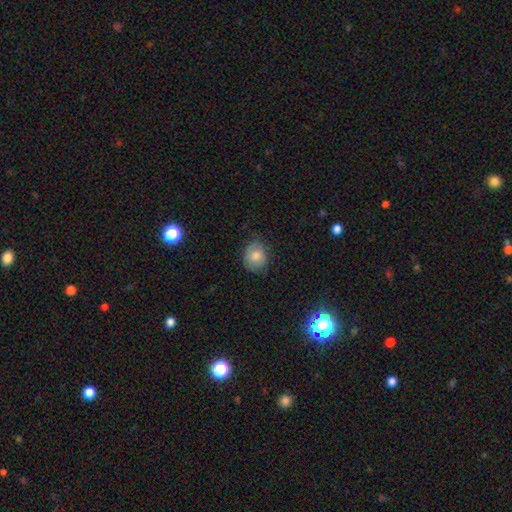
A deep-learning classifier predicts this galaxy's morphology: A smooth galaxy with no disk features (75%) that is round (60%). Merging: none (73%).